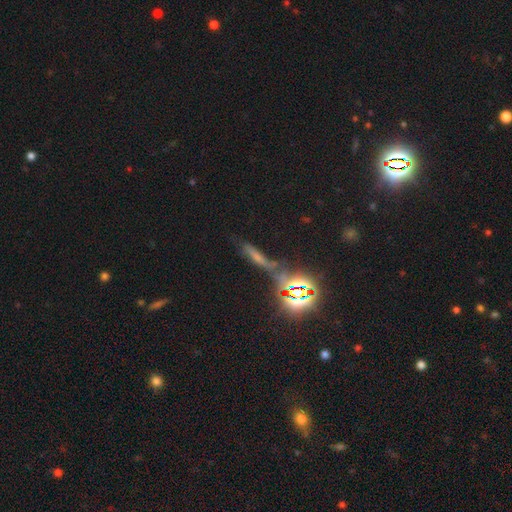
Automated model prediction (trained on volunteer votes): A star or artifact, not a galaxy (49%).

Vote fractions:
- Smooth or featured? star or artifact: 49% / smooth: 29% / featured or disk: 22%